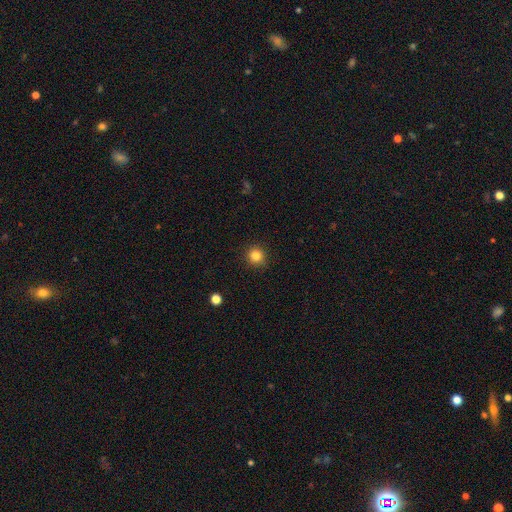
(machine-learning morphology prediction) The model was most divided on "smooth or featured": smooth: 83%, star or artifact: 12%, featured or disk: 5%. More confident: how rounded — round (94%); merging — none (92%).